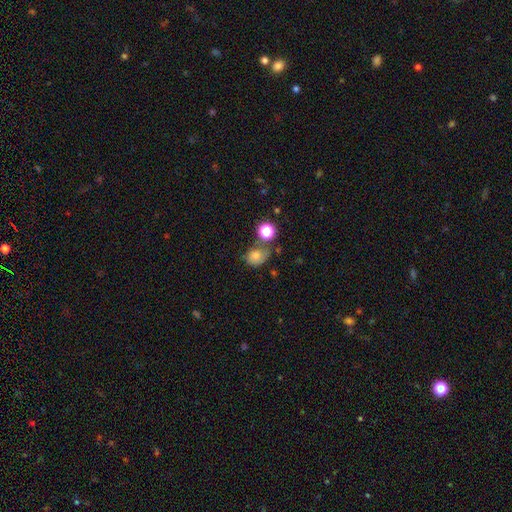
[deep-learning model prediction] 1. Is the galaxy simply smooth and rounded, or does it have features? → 73% smooth, 14% star or artifact, 13% featured or disk.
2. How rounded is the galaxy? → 54% round, 45% in between, 1% cigar-shaped.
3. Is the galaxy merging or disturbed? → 44% none, 24% minor disturbance, 18% merger, 13% major disturbance.